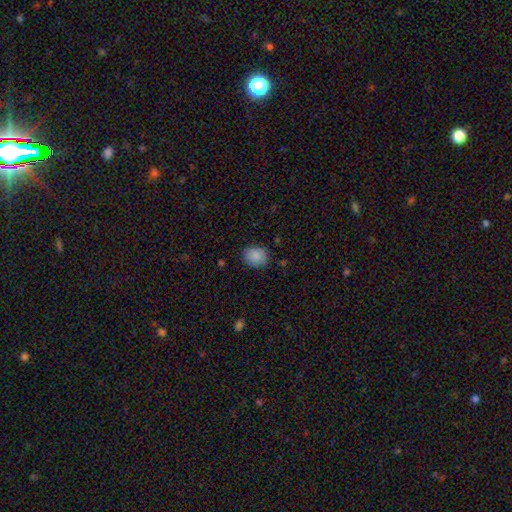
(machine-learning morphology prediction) type=smooth (87%); roundness=round (63%); merging=none (81%).